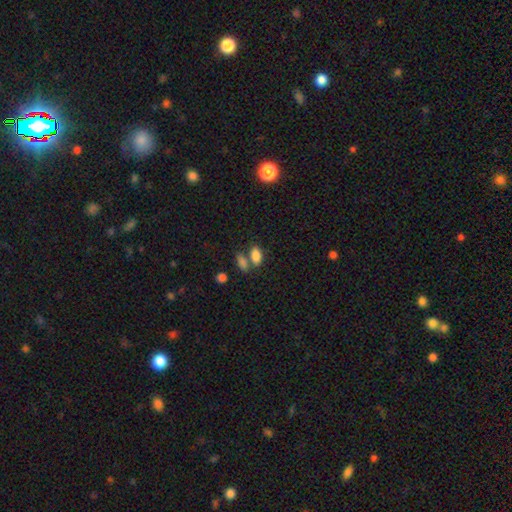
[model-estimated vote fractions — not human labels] The model was most divided on "merging": none: 49%, merger: 35%, minor disturbance: 11%, major disturbance: 5%. More confident: how rounded — in between (89%); smooth or featured — smooth (84%).